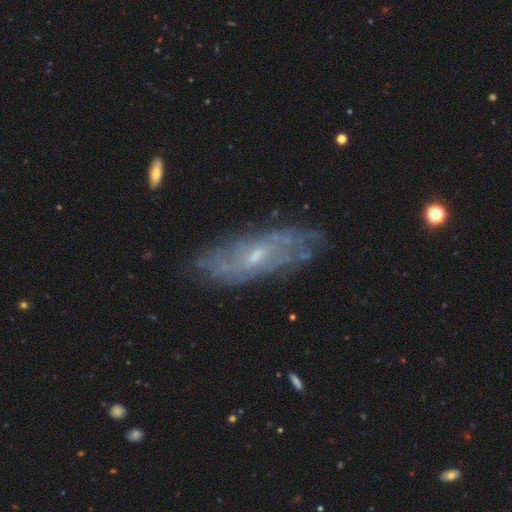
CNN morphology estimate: Smooth or featured? featured or disk (71%)
Edge-on disk? no (81%)
Bar? no (59%)
Spiral arms? yes (74%)
Bulge size? small (67%)
Merging? none (77%)